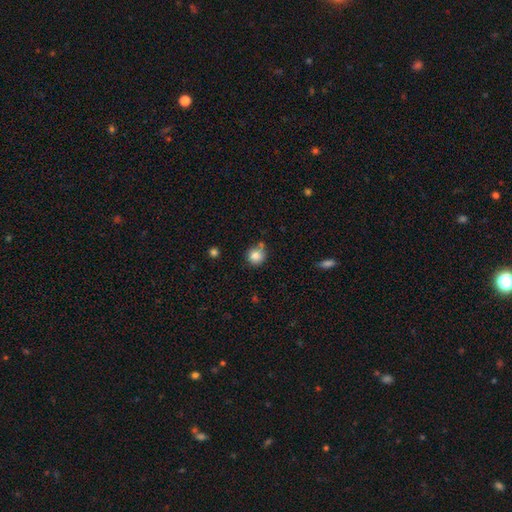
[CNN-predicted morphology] Smooth or featured? smooth (84%)
How rounded? round (91%)
Merging? none (68%)